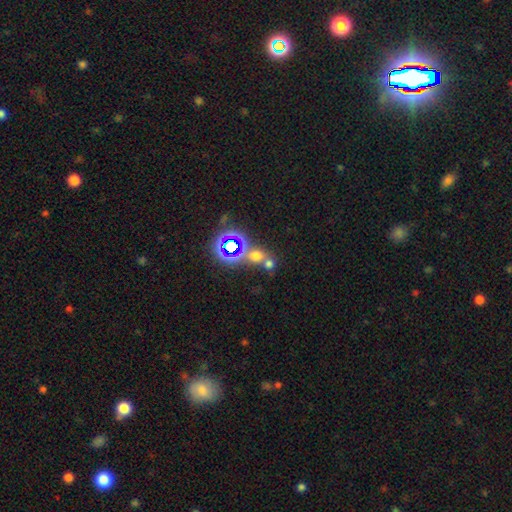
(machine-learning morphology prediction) Smooth or featured?
  - smooth: 50% *
  - star or artifact: 39%
  - featured or disk: 11%
Merging?
  - none: 49% *
  - merger: 38%
  - minor disturbance: 8%
  - major disturbance: 5%